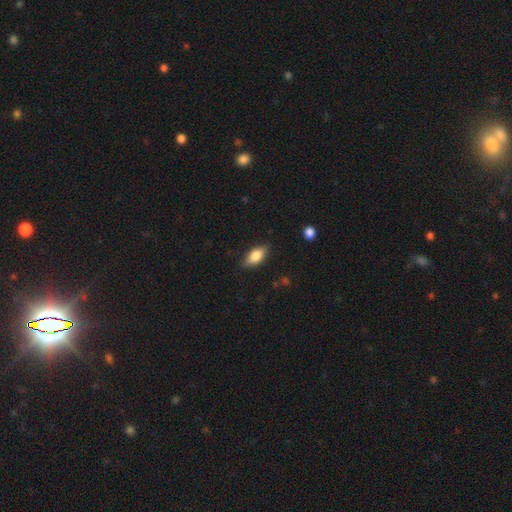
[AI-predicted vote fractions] smooth-or-featured: smooth: 77% | featured or disk: 16% | star or artifact: 7%
  how-rounded: in between: 87% | cigar-shaped: 9% | round: 4%
  merging: none: 81% | minor disturbance: 15% | major disturbance: 3% | merger: 1%